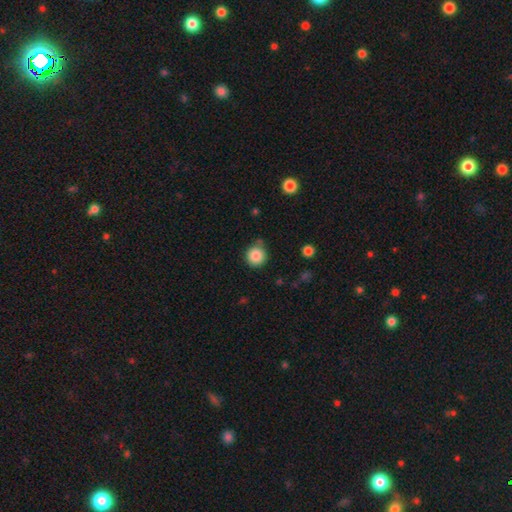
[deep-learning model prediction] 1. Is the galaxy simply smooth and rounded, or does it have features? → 86% smooth, 10% star or artifact, 5% featured or disk.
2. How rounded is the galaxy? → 93% round, 6% in between, 1% cigar-shaped.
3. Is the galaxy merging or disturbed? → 80% none, 13% minor disturbance, 4% merger, 3% major disturbance.